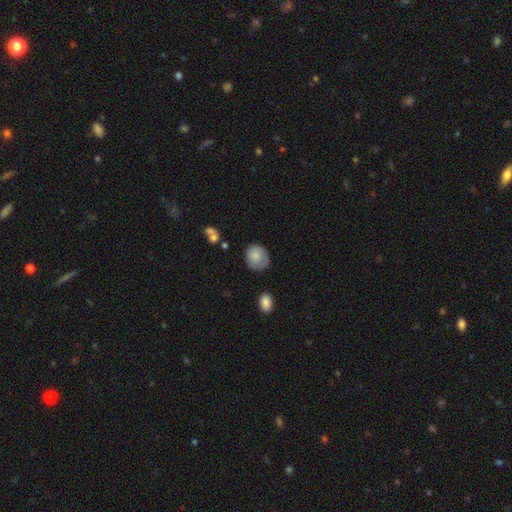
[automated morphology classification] type=smooth (79%); roundness=round (62%); merging=none (63%).